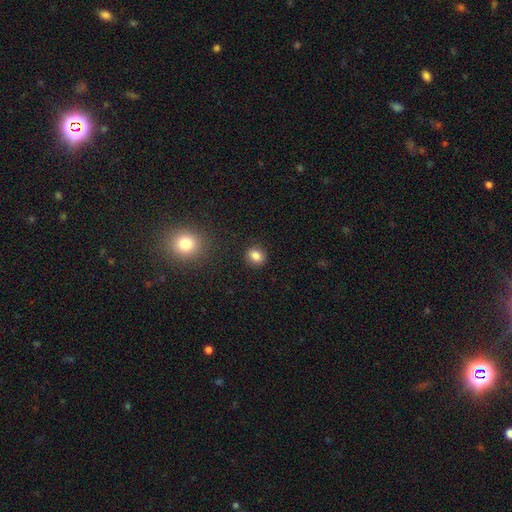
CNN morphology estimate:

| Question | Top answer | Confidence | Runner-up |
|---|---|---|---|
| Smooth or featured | smooth | 83% | star or artifact (11%) |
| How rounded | round | 69% | in between (30%) |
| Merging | none | 88% | minor disturbance (8%) |